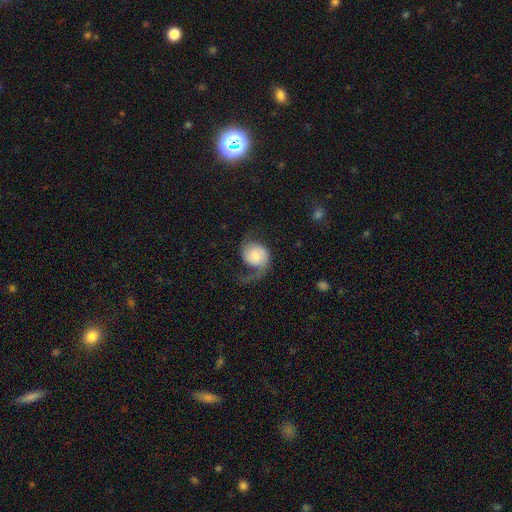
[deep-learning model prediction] A featured or disk galaxy (61%) with no bar (71%), 2 (64%) loose (64%) spiral arms (91%) and a small central bulge (41%).

Vote fractions:
- Smooth or featured? featured or disk: 61% / smooth: 32% / star or artifact: 8%
- Edge-on disk? no: 97% / yes: 3%
- Bar? no: 71% / weak: 24% / strong: 5%
- Spiral arms? yes: 91% / no: 9%
- Spiral winding? loose: 64% / medium: 26% / tight: 9%
- Spiral arm count? 2: 64% / 1: 30% / can't tell: 3% / 3: 1% / 4: 1% / more than 4: 1%
- Bulge size? small: 41% / moderate: 31% / large: 12% / none: 8% / dominant: 7%
- Merging? none: 44% / major disturbance: 34% / minor disturbance: 20% / merger: 2%